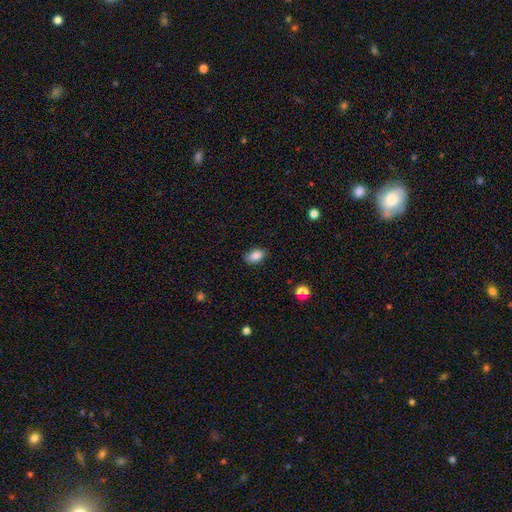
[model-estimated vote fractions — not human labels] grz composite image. It shows a smooth galaxy with no disk features (86%) that is in between round and cigar-shaped (88%). Merging: none (80%).